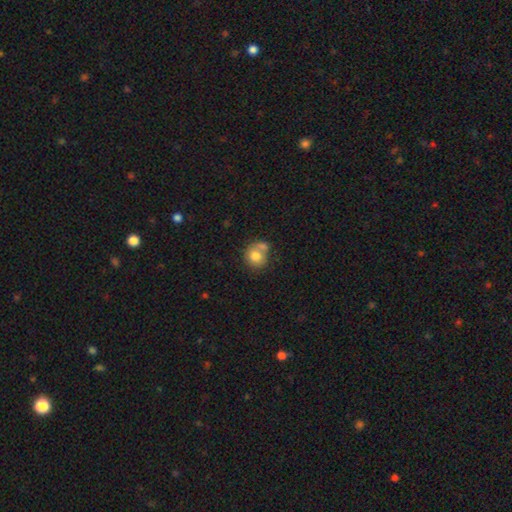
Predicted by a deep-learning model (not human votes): Smooth or featured: smooth — 76% (featured or disk — 15%)
How rounded: round — 79% (in between — 20%)
Merging: merger — 40% (tied with none — 40%)